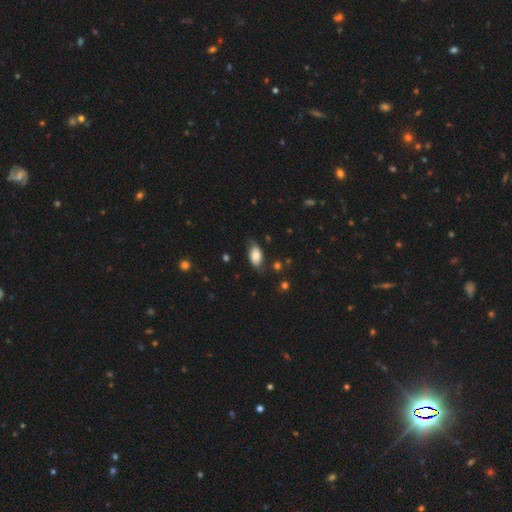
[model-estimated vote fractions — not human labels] Morphology: type=smooth (70%); roundness=in between (92%); merging=none (64%).